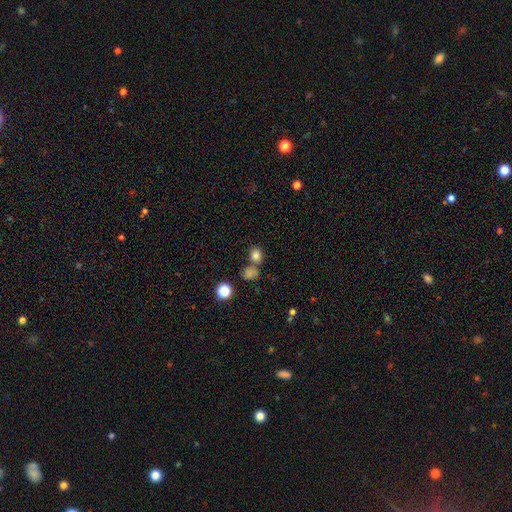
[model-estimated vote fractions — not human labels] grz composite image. It shows a smooth galaxy with no disk features (80%) that is round (63%). Merging: none (61%).